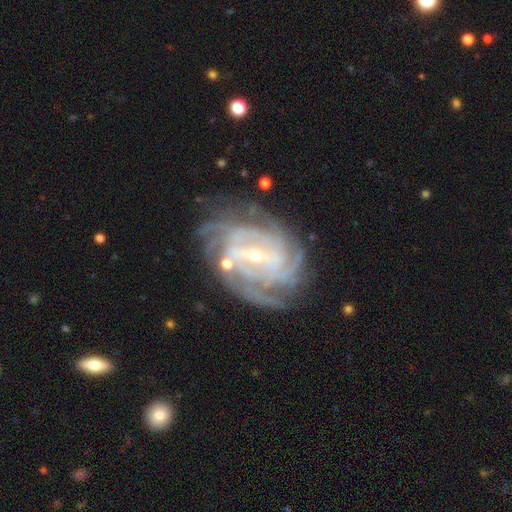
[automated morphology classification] A featured or disk galaxy (90%) with a strong bar (42%, tied with weak), 4 (32%) tight (69%) spiral arms (97%) and a small central bulge (75%). Merging: none (72%).